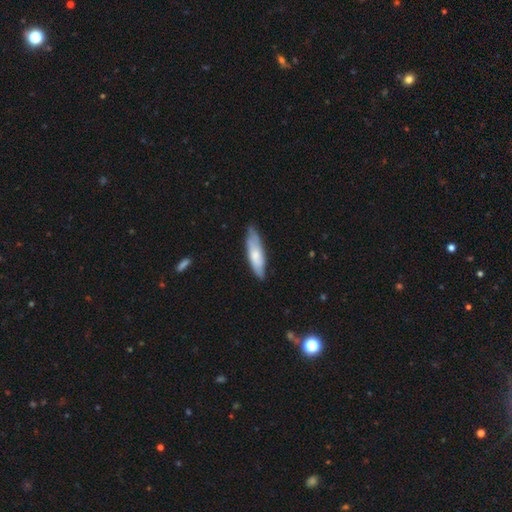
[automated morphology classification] Smooth or featured: smooth — 63% (featured or disk — 32%)
How rounded: cigar-shaped — 58% (in between — 40%)
Merging: none — 75% (minor disturbance — 21%)